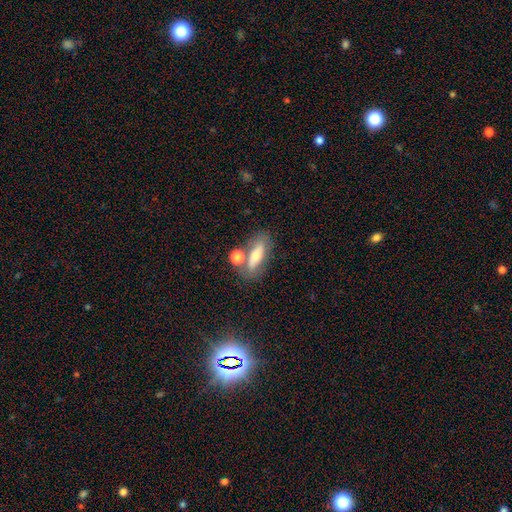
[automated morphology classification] This appears to be a smooth galaxy with no disk features (56%) that is in between round and cigar-shaped (58%). Merging: none (63%).